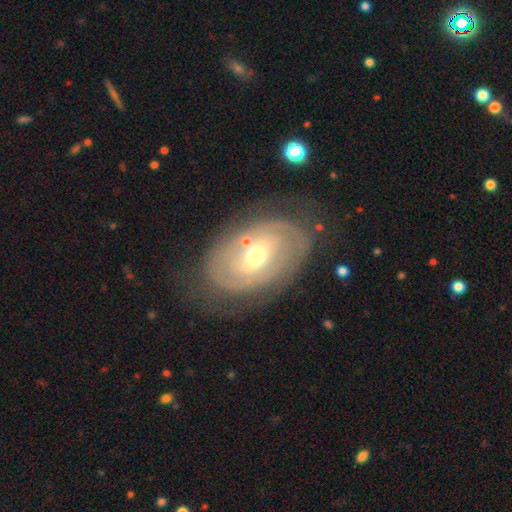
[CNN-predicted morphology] A featured or disk galaxy (82%) with a weak bar (49%), 2 (52%) tight (68%) spiral arms (84%) and a moderate central bulge (64%).

Vote fractions:
- Smooth or featured? featured or disk: 82% / smooth: 13% / star or artifact: 6%
- Edge-on disk? no: 95% / yes: 5%
- Bar? weak: 49% / no: 29% / strong: 23%
- Spiral arms? yes: 84% / no: 16%
- Spiral winding? tight: 68% / medium: 24% / loose: 8%
- Spiral arm count? 2: 52% / can't tell: 31% / 3: 7% / 1: 4% / 4: 3% / more than 4: 3%
- Bulge size? moderate: 64% / small: 30% / large: 4% / none: 1% / dominant: 1%
- Merging? none: 73% / minor disturbance: 17% / major disturbance: 7% / merger: 3%